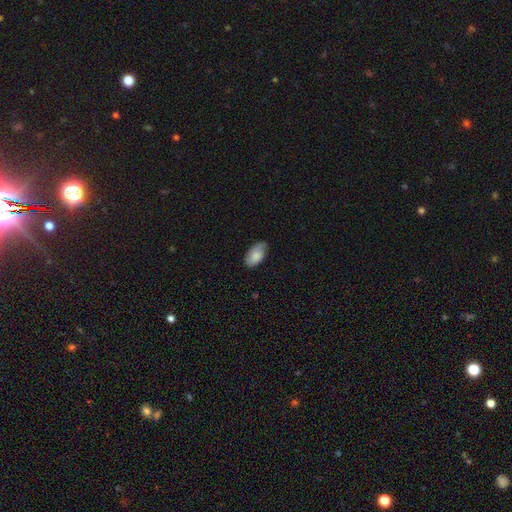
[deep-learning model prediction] Smooth or featured? Predicted: smooth (p=0.81). How rounded? Predicted: in between (p=0.94). Merging? Predicted: none (p=0.71).